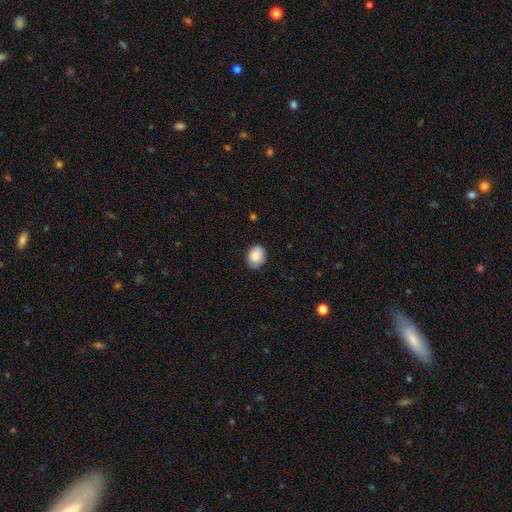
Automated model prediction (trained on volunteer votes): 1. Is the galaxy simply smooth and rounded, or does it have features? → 83% smooth, 9% featured or disk, 8% star or artifact.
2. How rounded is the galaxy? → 58% in between, 41% round, 1% cigar-shaped.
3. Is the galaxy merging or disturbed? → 76% none, 19% minor disturbance, 3% major disturbance, 1% merger.